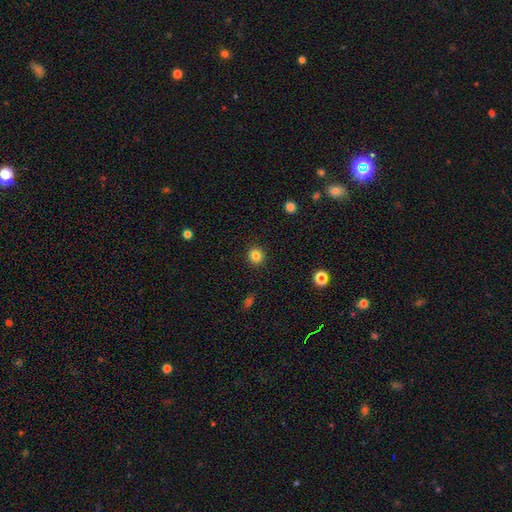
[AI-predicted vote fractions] Smooth or featured: smooth — 84% (star or artifact — 11%)
How rounded: round — 92% (in between — 7%)
Merging: none — 92% (minor disturbance — 5%)